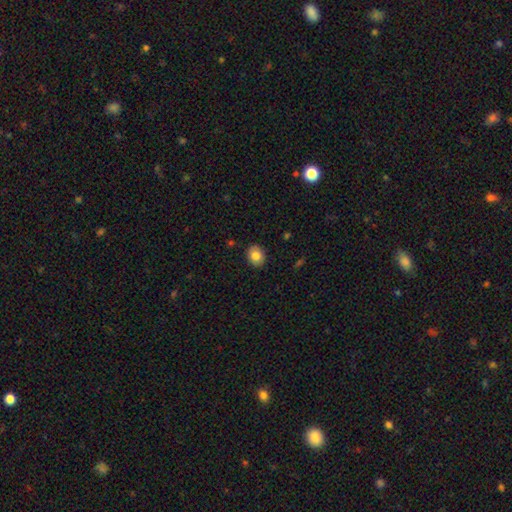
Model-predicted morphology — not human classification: type=smooth (82%); roundness=round (63%); merging=none (88%).